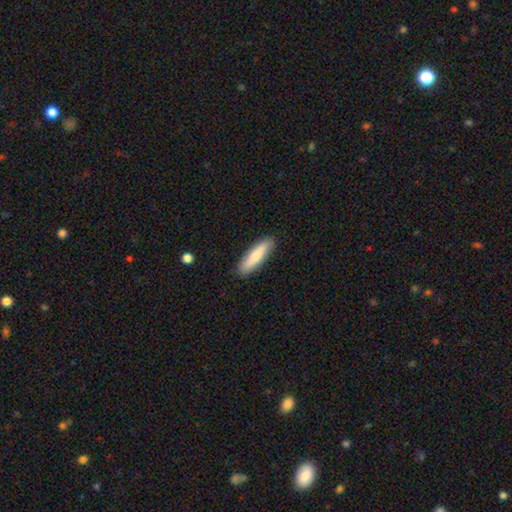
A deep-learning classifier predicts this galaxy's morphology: smooth 77%, featured or disk 18%, star or artifact 5%. Down the decision tree: how rounded — cigar-shaped (70%); merging — none (89%).